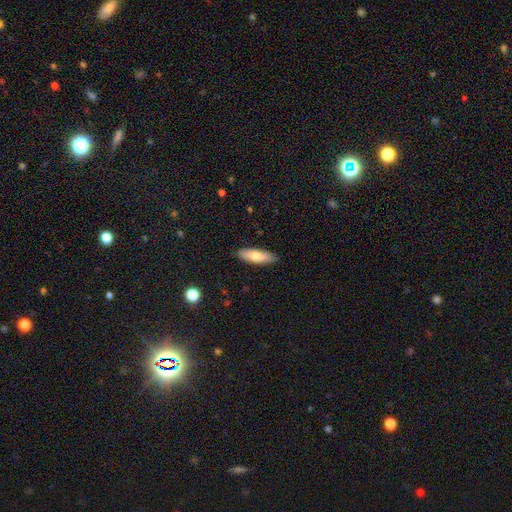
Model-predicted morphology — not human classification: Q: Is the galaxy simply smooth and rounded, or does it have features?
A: smooth — 69%.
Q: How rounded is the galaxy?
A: in between — 52%.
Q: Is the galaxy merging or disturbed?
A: none — 88%.